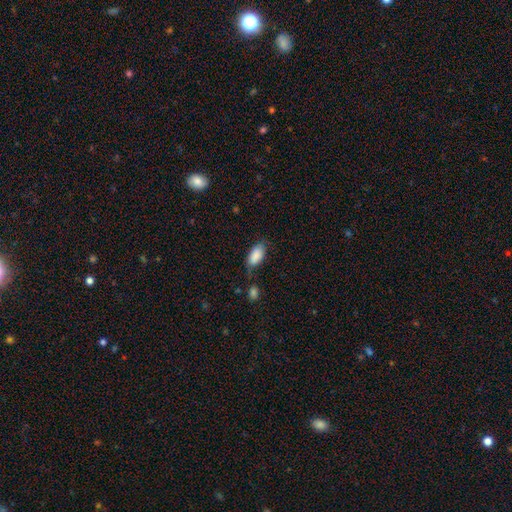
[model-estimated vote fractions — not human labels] Q: Smooth or featured?
A: smooth (87%); runner-up: star or artifact (7%)
Q: How rounded?
A: in between (93%); runner-up: cigar-shaped (4%)
Q: Merging?
A: none (57%); runner-up: minor disturbance (28%)